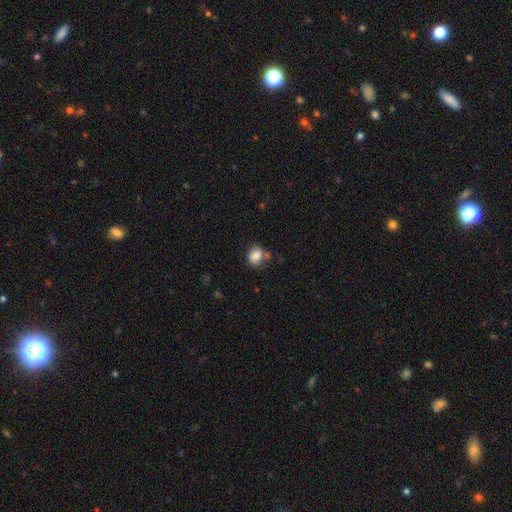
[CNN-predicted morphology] The model was most divided on "how rounded": round: 54%, in between: 45%, cigar-shaped: 1%. More confident: smooth or featured — smooth (84%); merging — none (65%).